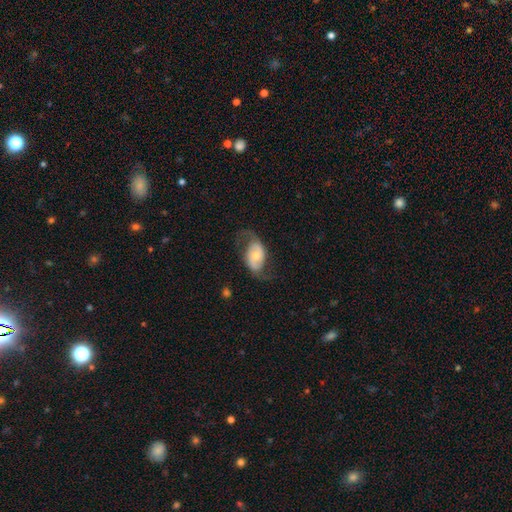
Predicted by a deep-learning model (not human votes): A featured or disk galaxy (69%) with no bar (64%), 2 (88%) loose (56%) spiral arms (87%) and a moderate central bulge (55%).

Vote fractions:
- Smooth or featured? featured or disk: 69% / smooth: 25% / star or artifact: 6%
- Edge-on disk? no: 95% / yes: 5%
- Bar? no: 64% / weak: 27% / strong: 9%
- Spiral arms? yes: 87% / no: 13%
- Spiral winding? loose: 56% / medium: 34% / tight: 10%
- Spiral arm count? 2: 88% / can't tell: 5% / 1: 3% / 3: 1% / 4: 1% / more than 4: 1%
- Bulge size? moderate: 55% / small: 34% / large: 7% / none: 2% / dominant: 2%
- Merging? none: 62% / minor disturbance: 18% / major disturbance: 18% / merger: 1%